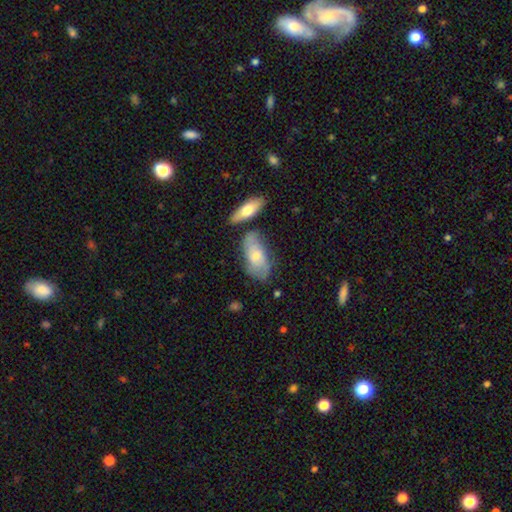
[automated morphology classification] Overall: smooth (55%; featured or disk 38%). How rounded: in between (89%). Merging: none (56%; minor disturbance 23%).